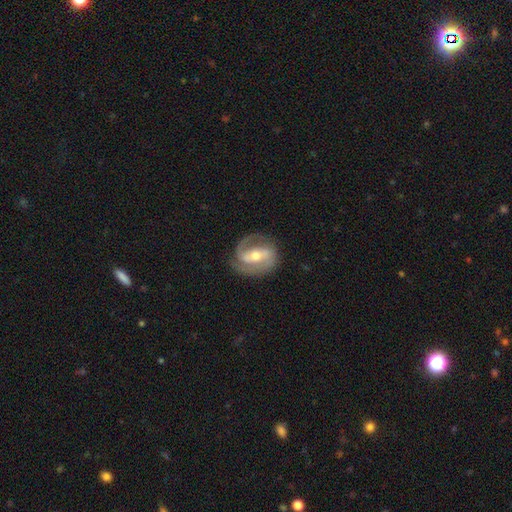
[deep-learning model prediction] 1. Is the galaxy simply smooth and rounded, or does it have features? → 86% featured or disk, 10% smooth, 5% star or artifact.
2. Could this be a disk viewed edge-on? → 97% no, 3% yes.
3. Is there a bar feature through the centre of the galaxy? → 43% strong, 35% weak, 22% no.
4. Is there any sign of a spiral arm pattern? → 95% yes, 5% no.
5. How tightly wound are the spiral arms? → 46% medium, 40% tight, 14% loose.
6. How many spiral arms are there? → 83% 2, 6% 1, 5% can't tell, 3% 3, 1% 4, 1% more than 4.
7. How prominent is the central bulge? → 61% moderate, 33% small, 3% large, 1% none, 1% dominant.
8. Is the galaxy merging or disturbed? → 77% none, 15% minor disturbance, 7% major disturbance, 1% merger.